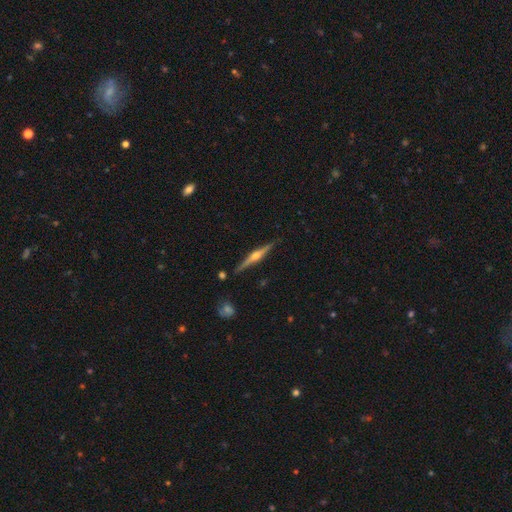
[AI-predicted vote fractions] Q: Smooth or featured?
A: featured or disk (80%); runner-up: smooth (14%)
Q: Edge-on disk?
A: yes (98%); runner-up: no (2%)
Q: Edge-on bulge?
A: rounded (93%); runner-up: boxy (4%)
Q: Merging?
A: none (87%); runner-up: minor disturbance (10%)